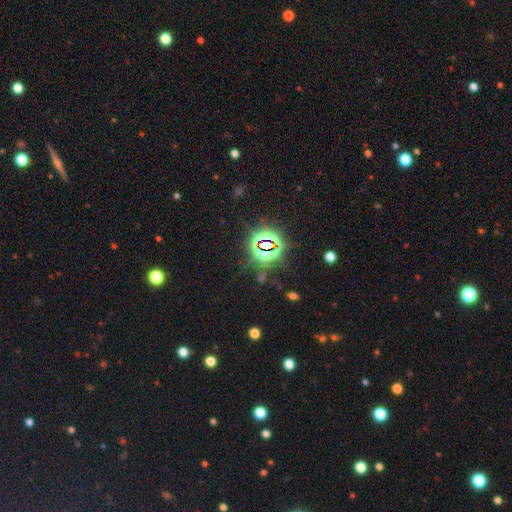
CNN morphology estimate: A star or artifact, not a galaxy (78%).